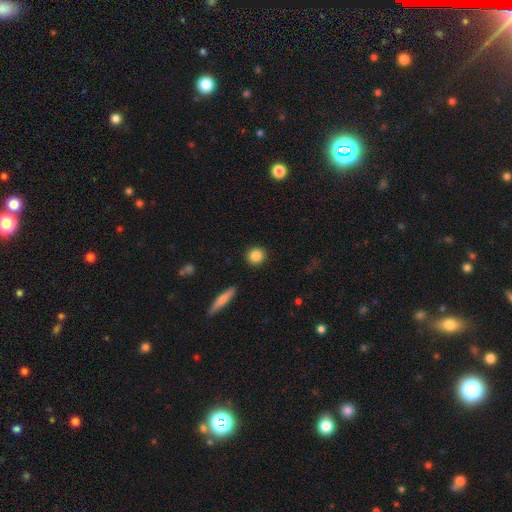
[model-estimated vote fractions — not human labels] Q: Smooth or featured?
A: smooth (85%); runner-up: star or artifact (9%)
Q: How rounded?
A: round (91%); runner-up: in between (8%)
Q: Merging?
A: none (91%); runner-up: minor disturbance (5%)